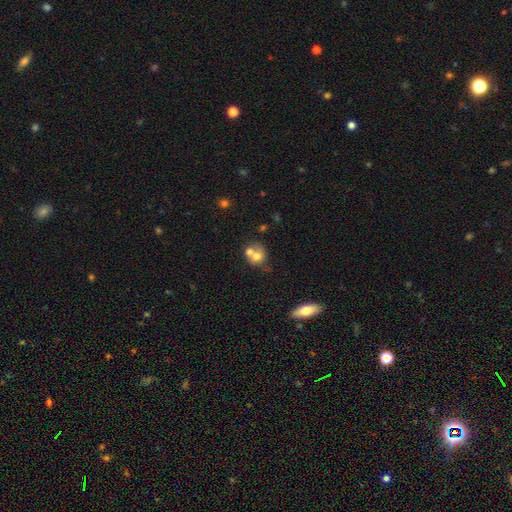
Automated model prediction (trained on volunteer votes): Smooth or featured?
  - smooth: 67% *
  - featured or disk: 23%
  - star or artifact: 10%
How rounded?
  - round: 68% *
  - in between: 31%
  - cigar-shaped: 1%
Merging?
  - merger: 58% *
  - none: 29%
  - minor disturbance: 9%
  - major disturbance: 5%